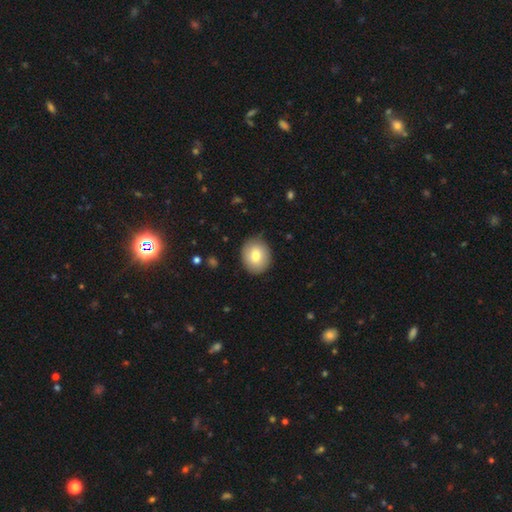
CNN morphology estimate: Smooth or featured? Predicted: smooth (p=0.75). How rounded? Predicted: round (p=0.64). Merging? Predicted: none (p=0.84).